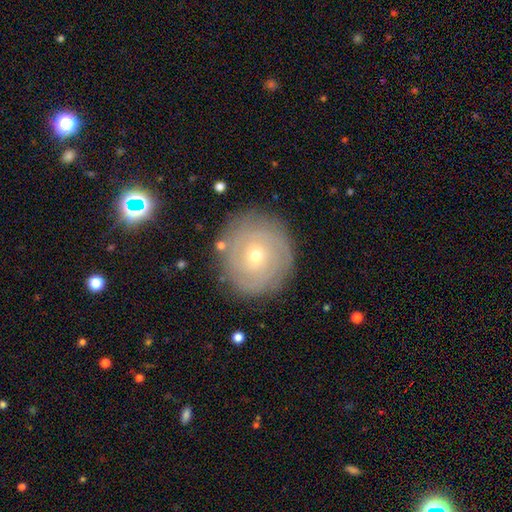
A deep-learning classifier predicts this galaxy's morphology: A featured or disk galaxy (71%) with no bar (79%), tight (80%) spiral arms (86%) and a small central bulge (63%).

Vote fractions:
- Smooth or featured? featured or disk: 71% / smooth: 21% / star or artifact: 8%
- Edge-on disk? no: 97% / yes: 3%
- Bar? no: 79% / weak: 18% / strong: 4%
- Spiral arms? yes: 86% / no: 14%
- Spiral winding? tight: 80% / medium: 15% / loose: 4%
- Spiral arm count? can't tell: 40% / 2: 20% / 3: 17% / 4: 11% / more than 4: 6% / 1: 6%
- Bulge size? small: 63% / moderate: 34% / large: 1% / dominant: 1% / none: 1%
- Merging? none: 85% / minor disturbance: 10% / major disturbance: 3% / merger: 1%